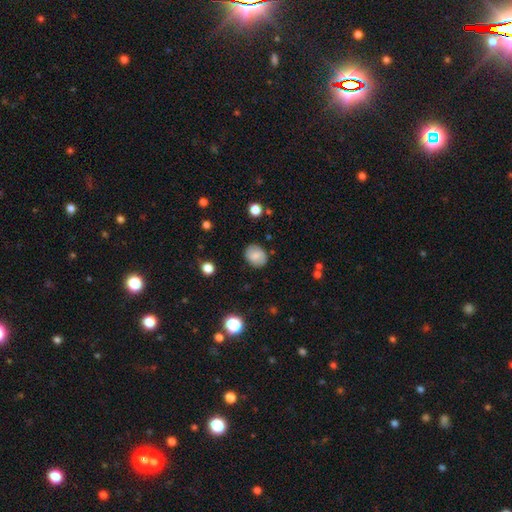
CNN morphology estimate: A smooth galaxy with no disk features (78%) that is round (56%). Merging: none (84%).